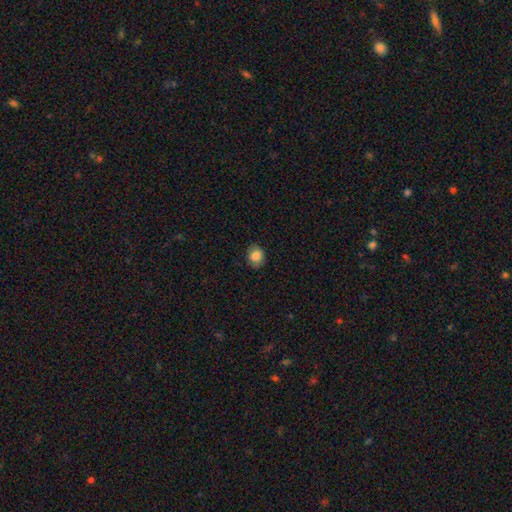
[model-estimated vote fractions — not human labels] Smooth or featured? smooth (83%)
How rounded? round (55%)
Merging? none (77%)